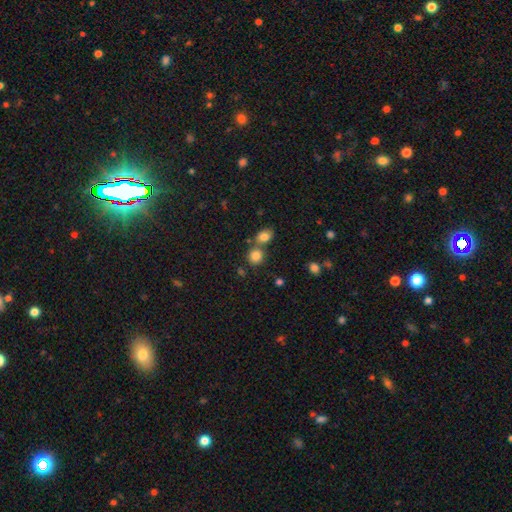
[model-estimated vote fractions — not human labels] Smooth or featured? Predicted: smooth (p=0.82). How rounded? Predicted: round (p=0.82). Merging? Predicted: none (p=0.58).